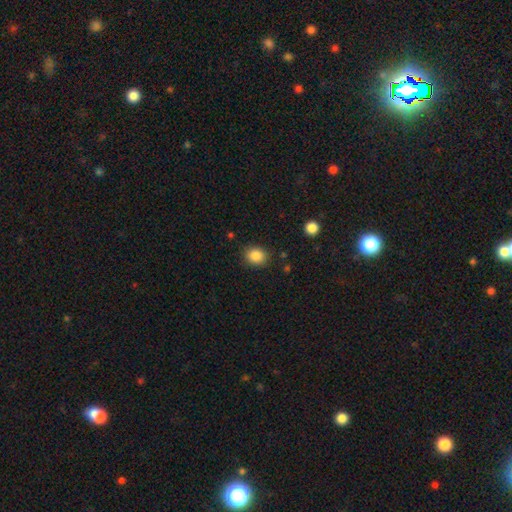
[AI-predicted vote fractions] Smooth or featured? smooth (85%)
How rounded? round (61%)
Merging? none (86%)